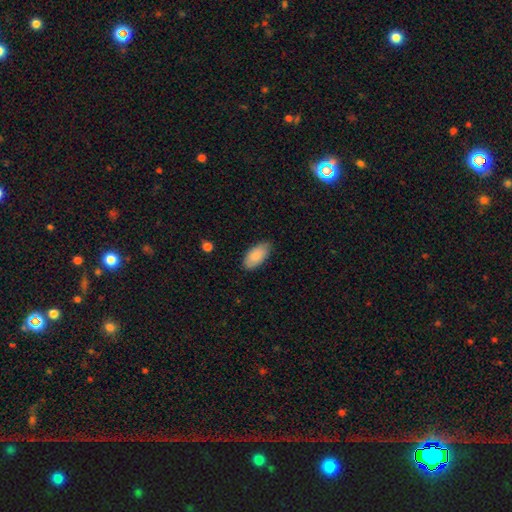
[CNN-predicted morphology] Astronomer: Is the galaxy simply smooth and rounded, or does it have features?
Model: smooth — 87%.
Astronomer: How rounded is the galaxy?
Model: in between — 94%.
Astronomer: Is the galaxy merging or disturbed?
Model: none — 83%.